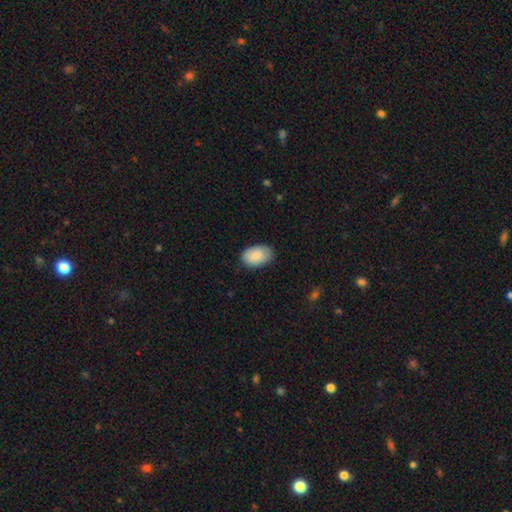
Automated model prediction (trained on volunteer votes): Overall: smooth (86%). How rounded: in between (90%). Merging: none (81%).